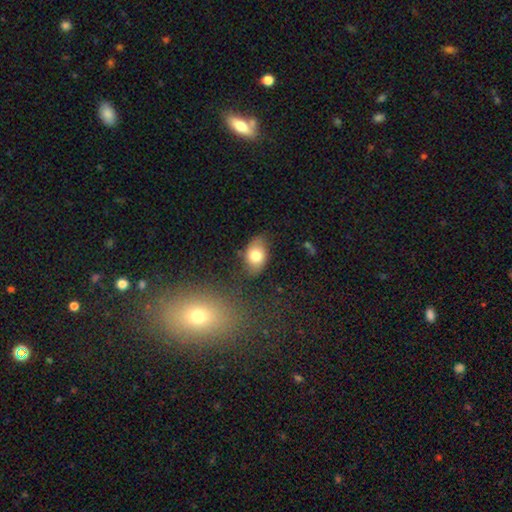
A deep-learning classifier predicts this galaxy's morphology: Smooth or featured?
  - smooth: 71% *
  - featured or disk: 20%
  - star or artifact: 8%
How rounded?
  - in between: 82% *
  - round: 17%
  - cigar-shaped: 2%
Merging?
  - none: 68% *
  - minor disturbance: 23%
  - major disturbance: 6%
  - merger: 3%